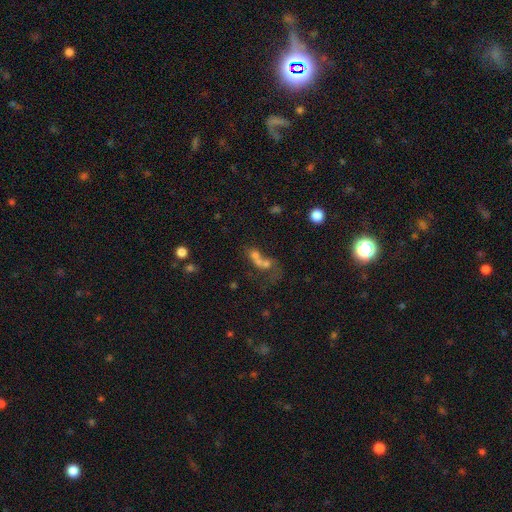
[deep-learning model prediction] This appears to be a smooth galaxy with no disk features (43%). Merging: merger (59%).